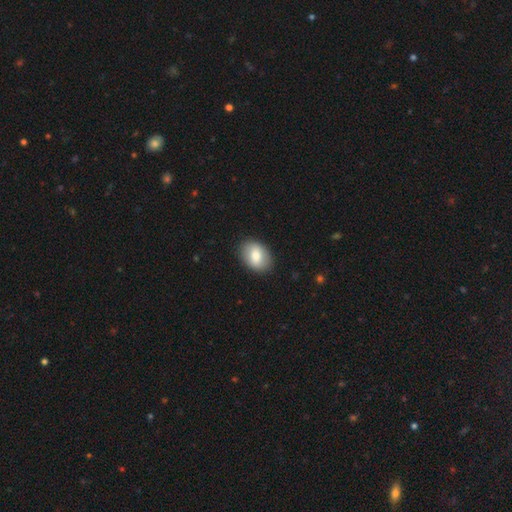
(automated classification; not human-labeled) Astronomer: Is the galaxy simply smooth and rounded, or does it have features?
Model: smooth — 77%.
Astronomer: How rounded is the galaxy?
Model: in between — 77%.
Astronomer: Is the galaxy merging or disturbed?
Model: none — 88%.